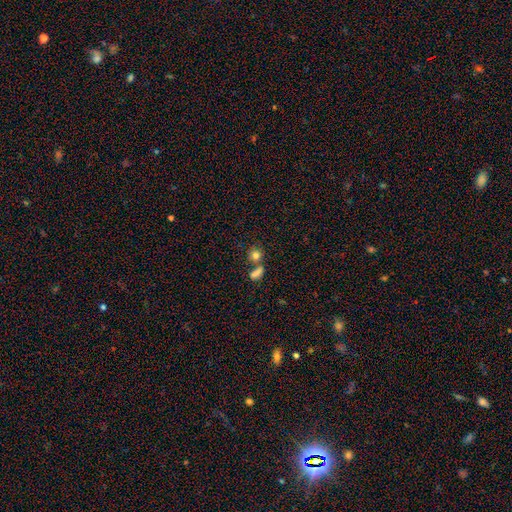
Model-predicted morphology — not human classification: Smooth or featured? Predicted: smooth (p=0.81). How rounded? Predicted: round (p=0.80). Merging? Predicted: none (p=0.55).